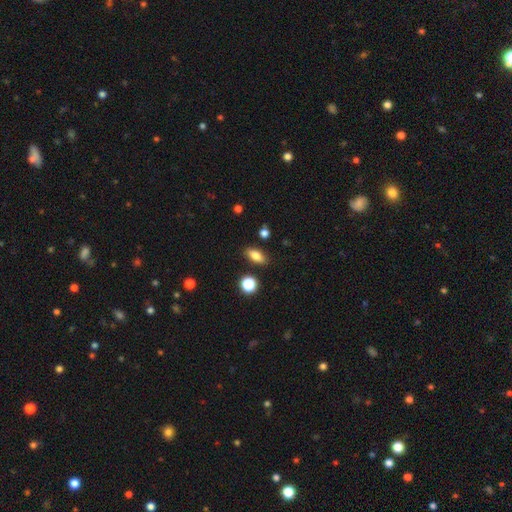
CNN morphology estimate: type=smooth (80%); roundness=in between (79%); merging=none (85%).